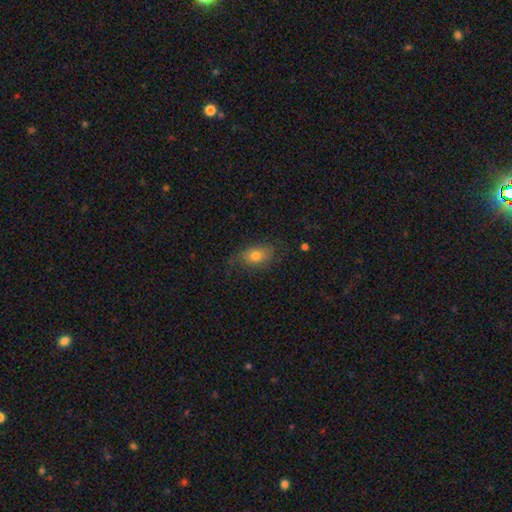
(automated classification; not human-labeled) Smooth or featured? Predicted: smooth (p=0.73). How rounded? Predicted: in between (p=0.80). Merging? Predicted: none (p=0.61).